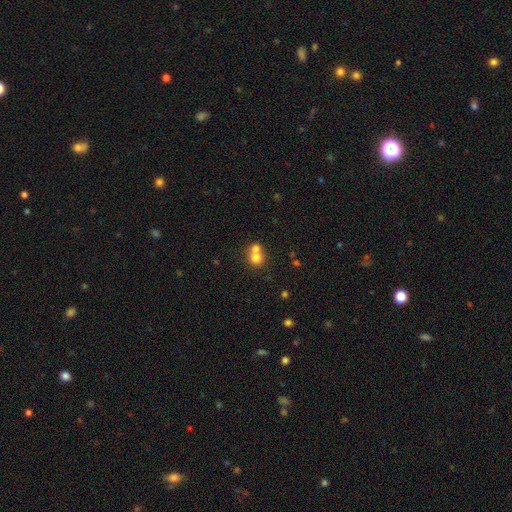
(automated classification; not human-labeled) A smooth galaxy with no disk features (72%) that is round (79%).

Vote fractions:
- Smooth or featured? smooth: 72% / featured or disk: 16% / star or artifact: 12%
- How rounded? round: 79% / in between: 20% / cigar-shaped: 1%
- Merging? merger: 61% / none: 31% / minor disturbance: 5% / major disturbance: 2%